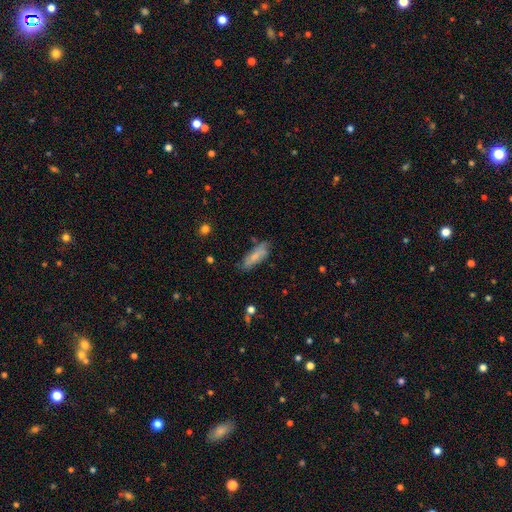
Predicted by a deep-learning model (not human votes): Morphology: type=smooth (70%); roundness=in between (59%); merging=none (69%).